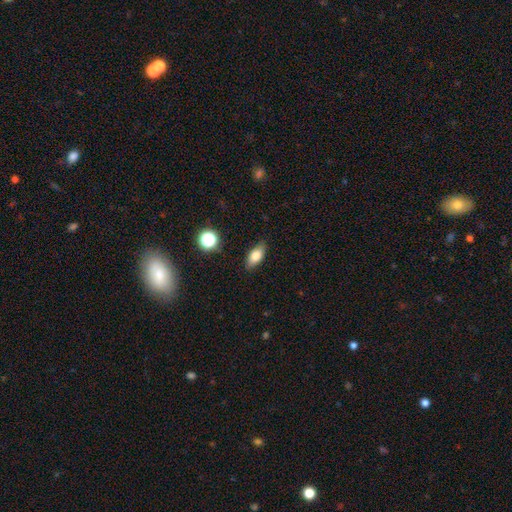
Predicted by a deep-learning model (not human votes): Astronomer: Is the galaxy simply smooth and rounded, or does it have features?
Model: smooth — 77%.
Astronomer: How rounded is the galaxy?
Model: in between — 83%.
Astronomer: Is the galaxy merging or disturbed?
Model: none — 85%.